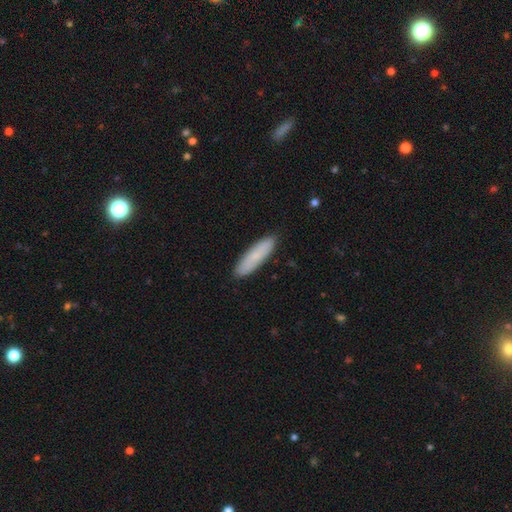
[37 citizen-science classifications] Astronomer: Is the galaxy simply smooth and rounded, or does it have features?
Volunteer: smooth — 84%.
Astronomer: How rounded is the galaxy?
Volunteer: cigar-shaped — 61% (runner-up: in between, 39%).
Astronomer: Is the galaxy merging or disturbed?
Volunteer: none — 97%.